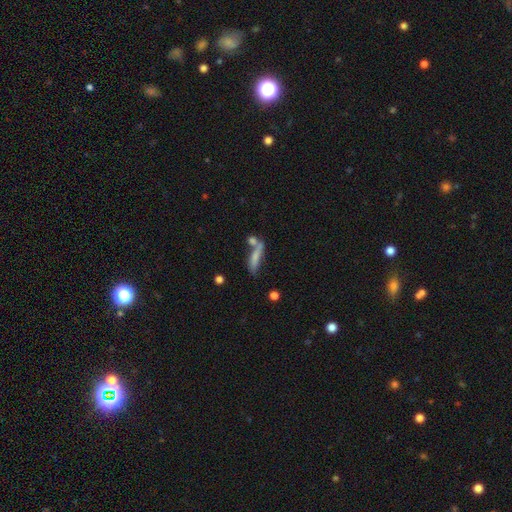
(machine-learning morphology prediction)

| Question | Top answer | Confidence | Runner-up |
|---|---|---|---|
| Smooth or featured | smooth | 65% | featured or disk (26%) |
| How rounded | cigar-shaped | 73% | in between (24%) |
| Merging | none | 39% | merger (34%) |